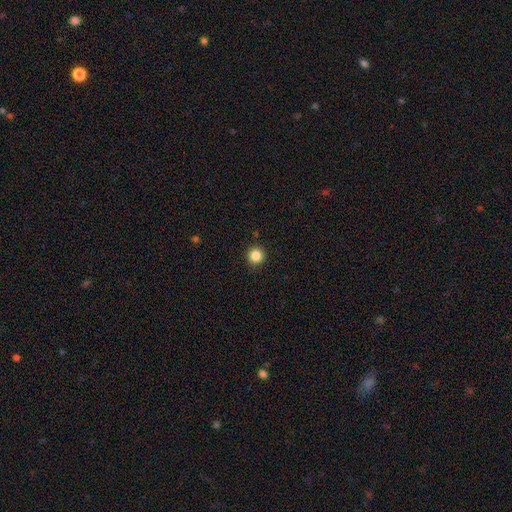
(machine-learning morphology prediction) A smooth galaxy with no disk features (85%) that is round (95%). Merging: none (92%).